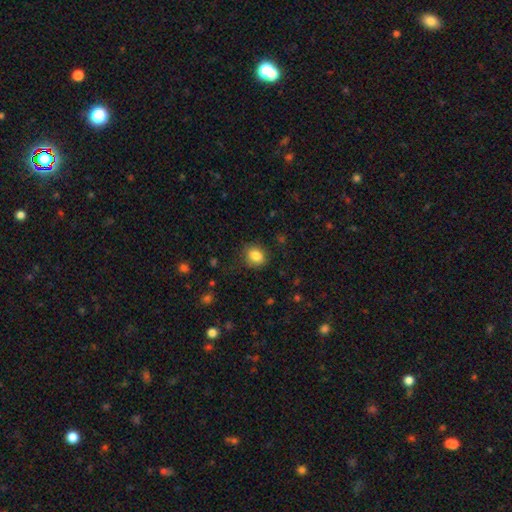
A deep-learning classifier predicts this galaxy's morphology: Smooth or featured?
  - smooth: 84% *
  - star or artifact: 9%
  - featured or disk: 6%
How rounded?
  - round: 58% *
  - in between: 41%
  - cigar-shaped: 1%
Merging?
  - none: 82% *
  - minor disturbance: 13%
  - major disturbance: 4%
  - merger: 1%